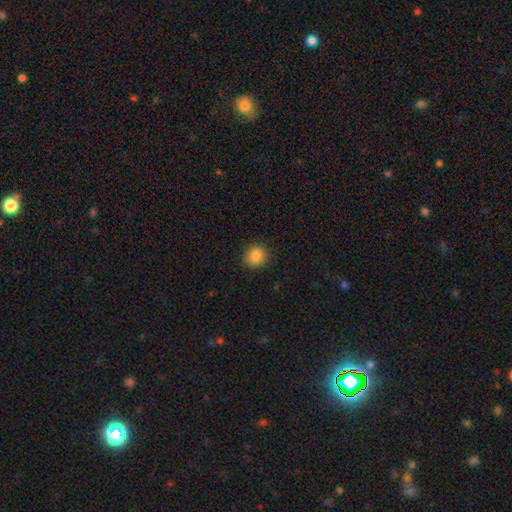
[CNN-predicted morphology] smooth_or_featured: smooth (p=0.87) [alt: star or artifact p=0.09]
how_rounded: round (p=0.76) [alt: in between p=0.23]
merging: none (p=0.87) [alt: minor disturbance p=0.09]